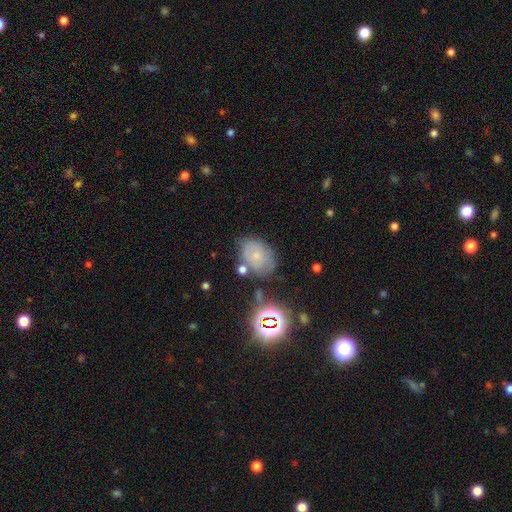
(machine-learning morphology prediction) This is possibly a smooth galaxy (55%). How rounded: likely in between (74%). Merging: likely none (64%).